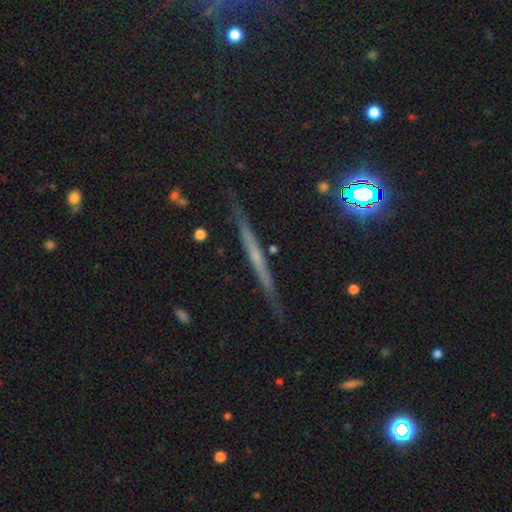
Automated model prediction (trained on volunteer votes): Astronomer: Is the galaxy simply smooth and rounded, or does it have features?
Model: featured or disk — 60%.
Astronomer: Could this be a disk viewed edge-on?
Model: yes — 96%.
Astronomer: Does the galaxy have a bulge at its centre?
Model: none — 67%.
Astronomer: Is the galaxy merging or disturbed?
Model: none — 87%.